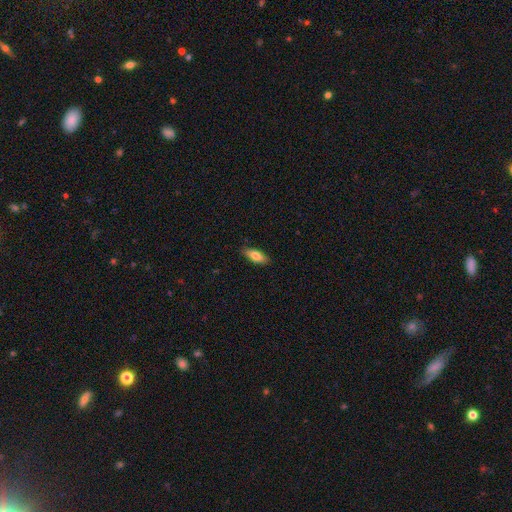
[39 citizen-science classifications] smooth-or-featured: smooth: 74% | featured or disk: 23% | star or artifact: 3%
  how-rounded: in between: 79% | cigar-shaped: 21% | round: 0%
  merging: none: 95% | minor disturbance: 5% | major disturbance: 0% | merger: 0%